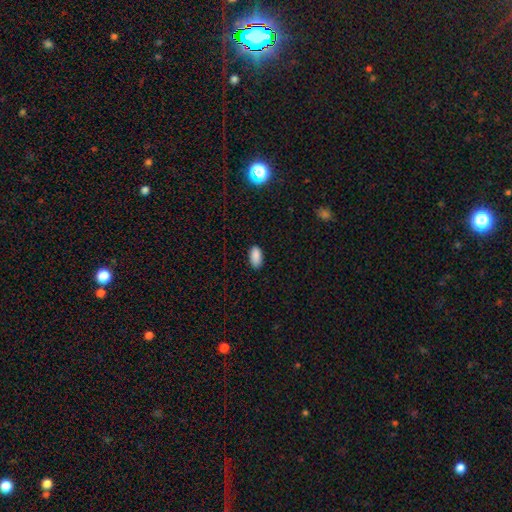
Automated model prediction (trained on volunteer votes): Smooth or featured? Predicted: smooth (p=0.88). How rounded? Predicted: in between (p=0.94). Merging? Predicted: none (p=0.87).